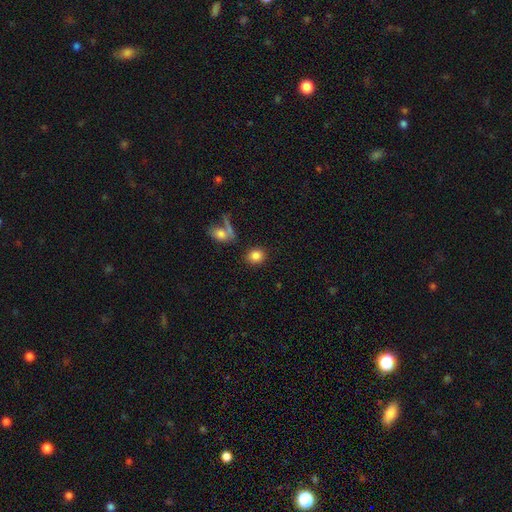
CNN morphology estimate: Q: Smooth or featured?
A: smooth (84%); runner-up: star or artifact (9%)
Q: How rounded?
A: round (68%); runner-up: in between (31%)
Q: Merging?
A: none (81%); runner-up: minor disturbance (9%)